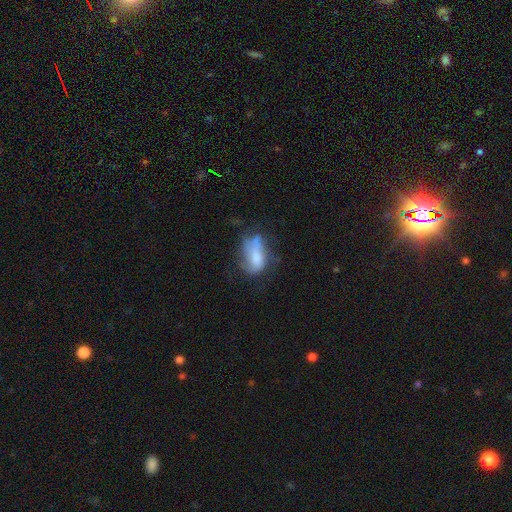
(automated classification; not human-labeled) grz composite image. It shows a smooth galaxy with no disk features (54%) that is in between round and cigar-shaped (86%). Merging: major disturbance (33%).